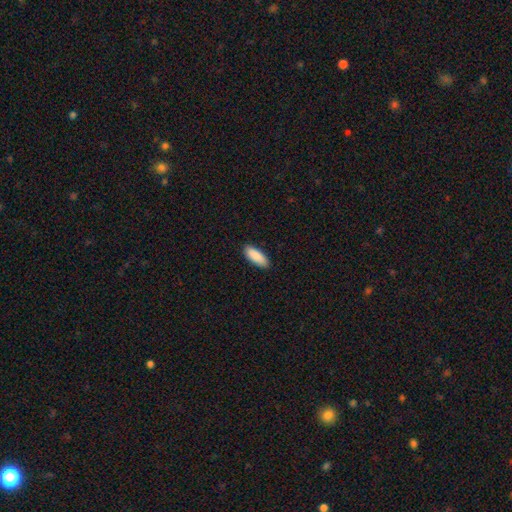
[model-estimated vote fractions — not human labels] Q: Smooth or featured?
A: smooth (90%); runner-up: star or artifact (6%)
Q: How rounded?
A: in between (74%); runner-up: cigar-shaped (24%)
Q: Merging?
A: none (88%); runner-up: minor disturbance (9%)